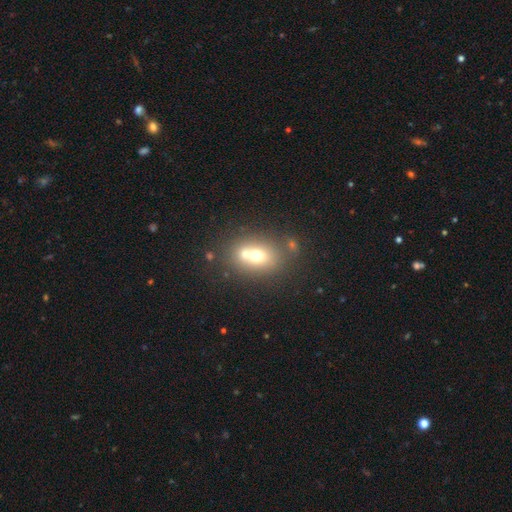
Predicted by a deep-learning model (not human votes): Smooth or featured? Predicted: smooth (p=0.66). How rounded? Predicted: in between (p=0.51). Merging? Predicted: merger (p=0.44).